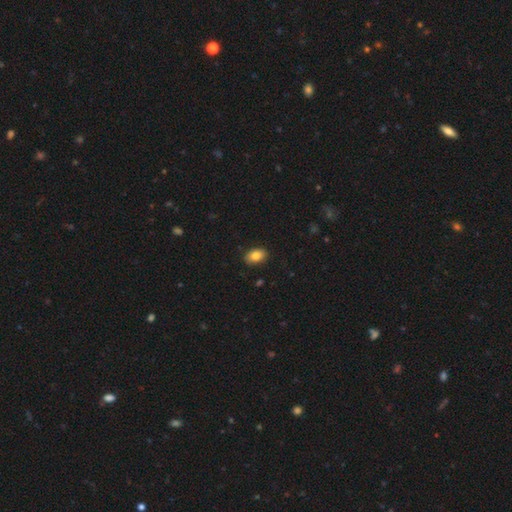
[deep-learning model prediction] Smooth or featured? Predicted: smooth (p=0.84). How rounded? Predicted: in between (p=0.88). Merging? Predicted: none (p=0.88).